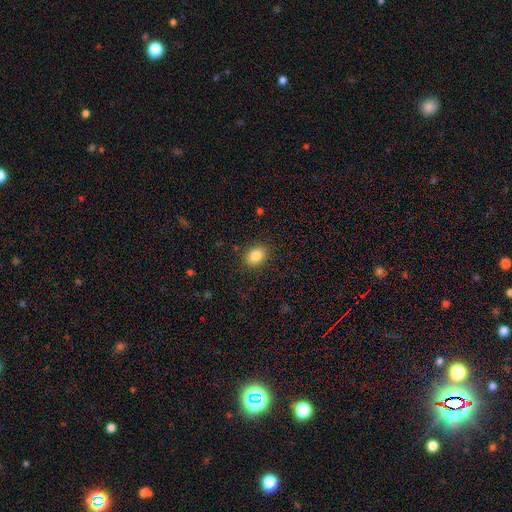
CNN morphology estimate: The model was most divided on "how rounded": in between: 65%, round: 34%, cigar-shaped: 1%. More confident: merging — none (87%); smooth or featured — smooth (84%).